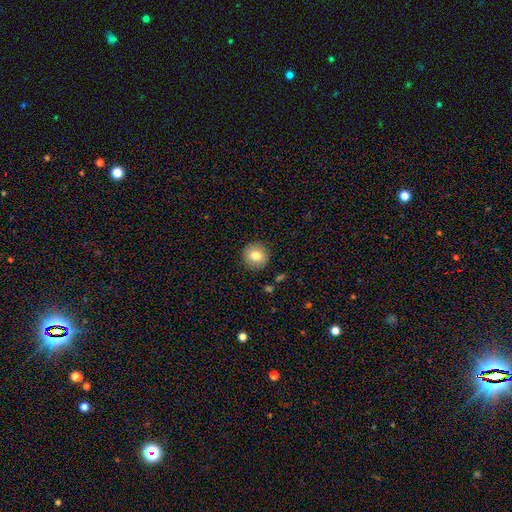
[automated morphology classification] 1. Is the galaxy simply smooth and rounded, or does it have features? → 81% smooth, 10% featured or disk, 9% star or artifact.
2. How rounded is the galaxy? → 94% round, 5% in between, 1% cigar-shaped.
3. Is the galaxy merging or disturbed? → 90% none, 6% minor disturbance, 2% major disturbance, 1% merger.